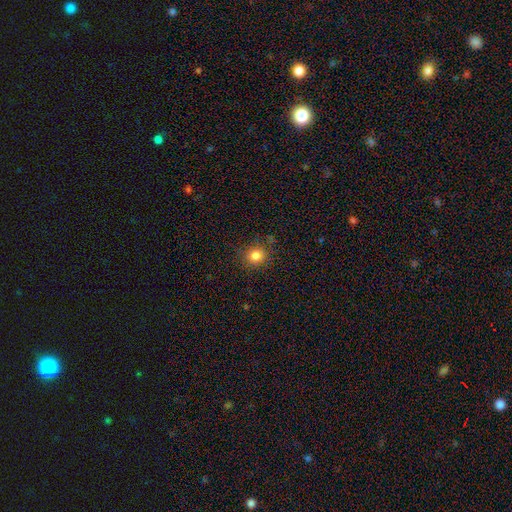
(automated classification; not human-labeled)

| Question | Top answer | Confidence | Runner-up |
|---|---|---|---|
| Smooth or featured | smooth | 82% | star or artifact (13%) |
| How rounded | round | 85% | in between (15%) |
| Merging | none | 86% | minor disturbance (10%) |